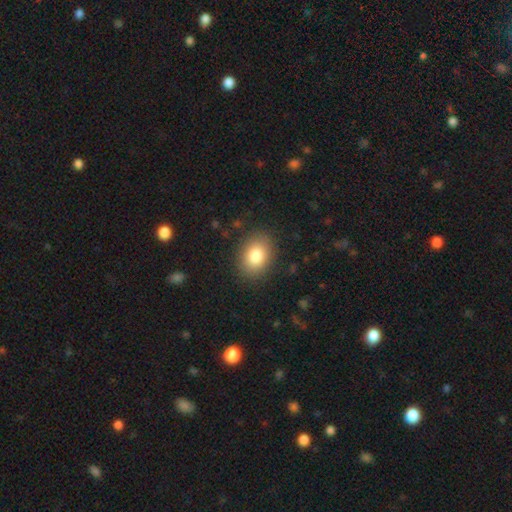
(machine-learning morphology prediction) Overall: smooth (83%). How rounded: in between (67%; round 32%). Merging: none (87%).